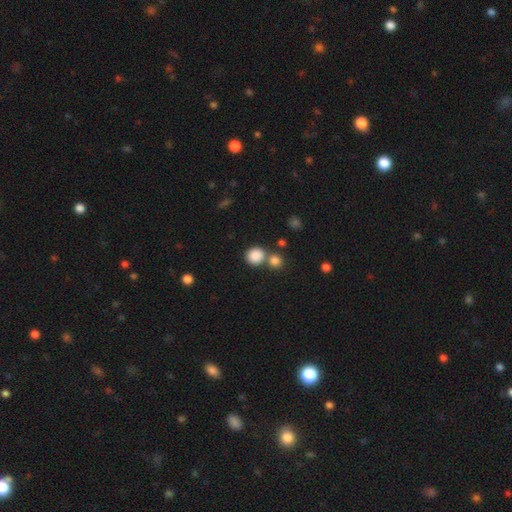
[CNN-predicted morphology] Q: Smooth or featured?
A: smooth (86%); runner-up: star or artifact (10%)
Q: How rounded?
A: round (86%); runner-up: in between (13%)
Q: Merging?
A: none (63%); runner-up: merger (25%)